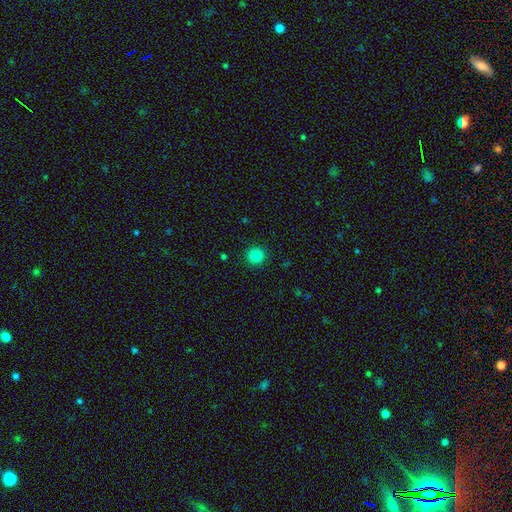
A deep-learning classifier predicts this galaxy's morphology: Smooth or featured: smooth — 85% (star or artifact — 12%)
How rounded: round — 93% (in between — 6%)
Merging: none — 91% (minor disturbance — 6%)